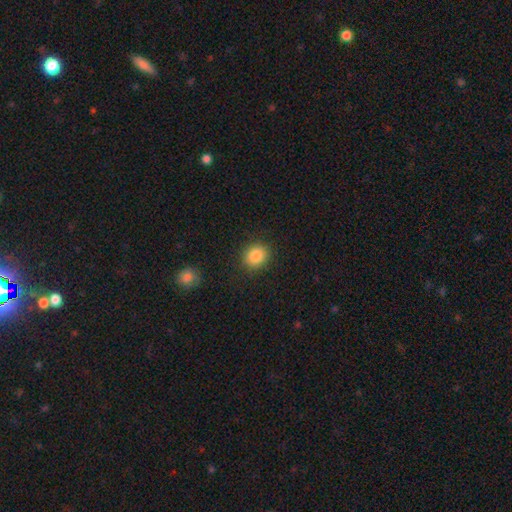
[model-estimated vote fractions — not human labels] A smooth galaxy with no disk features (86%) that is round (73%).

Vote fractions:
- Smooth or featured? smooth: 86% / star or artifact: 9% / featured or disk: 5%
- How rounded? round: 73% / in between: 26% / cigar-shaped: 1%
- Merging? none: 87% / minor disturbance: 9% / major disturbance: 3% / merger: 1%